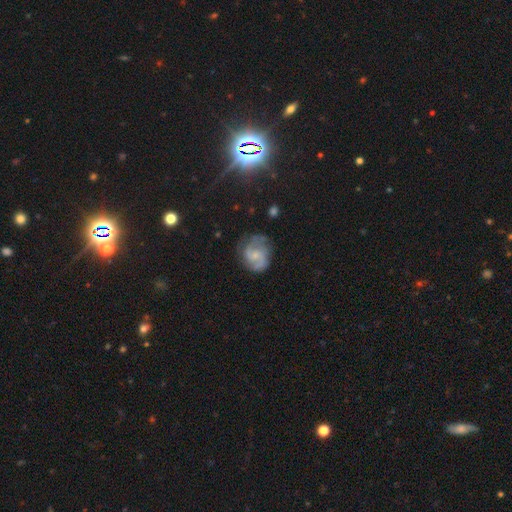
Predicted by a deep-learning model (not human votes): The model was most divided on "bar": no: 55%, weak: 39%, strong: 6%. More confident: edge-on disk — no (98%); spiral arms — yes (95%); smooth or featured — featured or disk (78%); spiral arm count — 2 (75%); merging — none (69%); bulge size — small (62%); spiral winding — medium (51%).